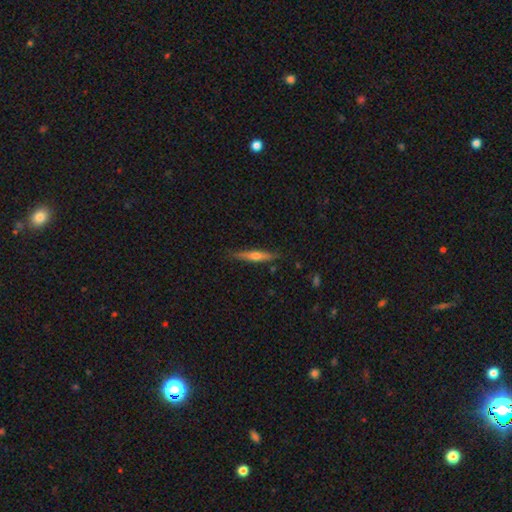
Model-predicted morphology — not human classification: Smooth or featured?
  - featured or disk: 57% *
  - smooth: 37%
  - star or artifact: 6%
Edge-on disk?
  - yes: 96% *
  - no: 4%
Edge-on bulge?
  - rounded: 89% *
  - none: 7%
  - boxy: 4%
Merging?
  - none: 85% *
  - minor disturbance: 12%
  - major disturbance: 2%
  - merger: 1%